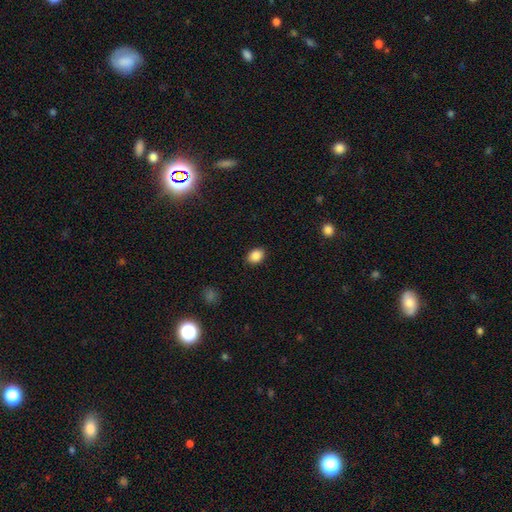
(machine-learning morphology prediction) This is clearly a smooth galaxy (88%). How rounded: likely in between (70%). Merging: clearly none (88%).